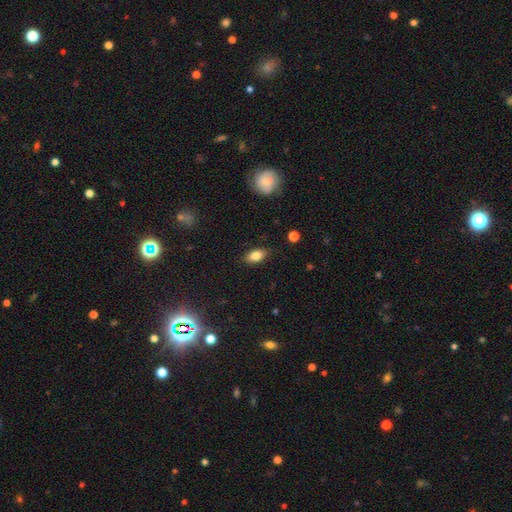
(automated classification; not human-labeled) smooth-or-featured: smooth: 81% | featured or disk: 10% | star or artifact: 9%
  how-rounded: in between: 88% | round: 8% | cigar-shaped: 4%
  merging: none: 85% | minor disturbance: 12% | major disturbance: 3% | merger: 1%